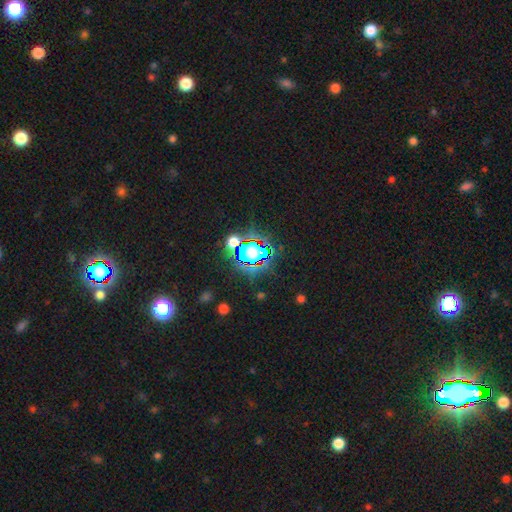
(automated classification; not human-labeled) star or artifact 78%, smooth 14%, featured or disk 8%.